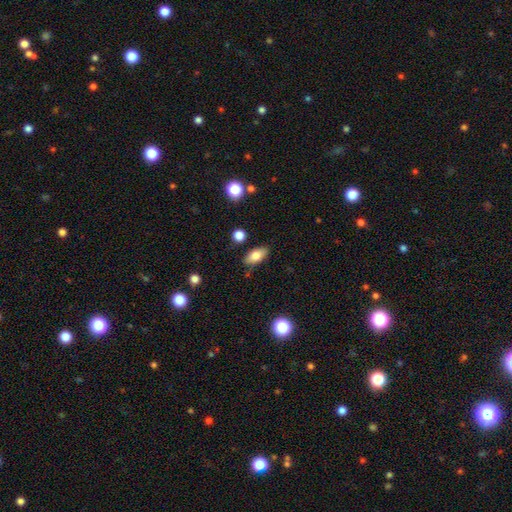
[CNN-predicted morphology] A smooth galaxy with no disk features (78%) that is in between round and cigar-shaped (87%). Merging: none (82%).